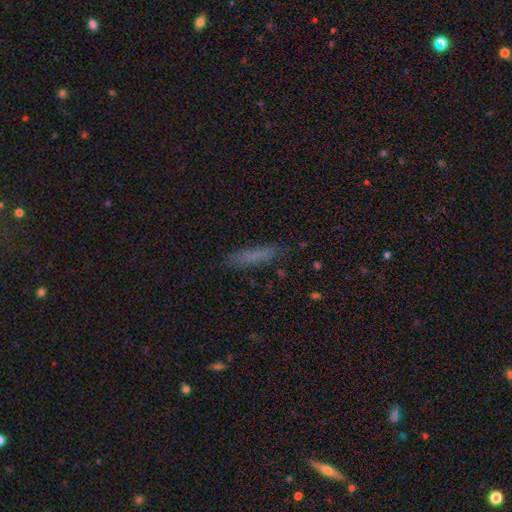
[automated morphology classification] smooth-or-featured: smooth: 73% | featured or disk: 16% | star or artifact: 11%
  how-rounded: cigar-shaped: 82% | in between: 16% | round: 2%
  merging: none: 83% | minor disturbance: 12% | major disturbance: 3% | merger: 2%